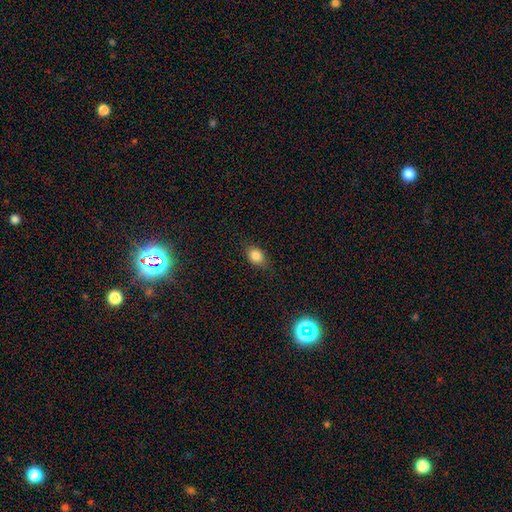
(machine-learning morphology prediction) A smooth galaxy with no disk features (83%) that is in between round and cigar-shaped (69%). Merging: none (81%).